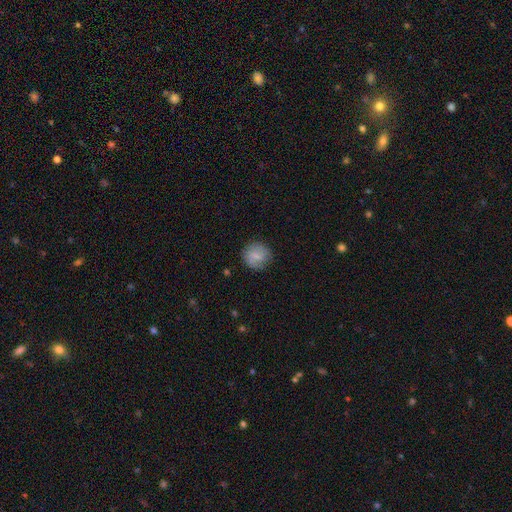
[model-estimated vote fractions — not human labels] This appears to be a smooth galaxy with no disk features (54%) that is round (89%). Merging: none (85%).